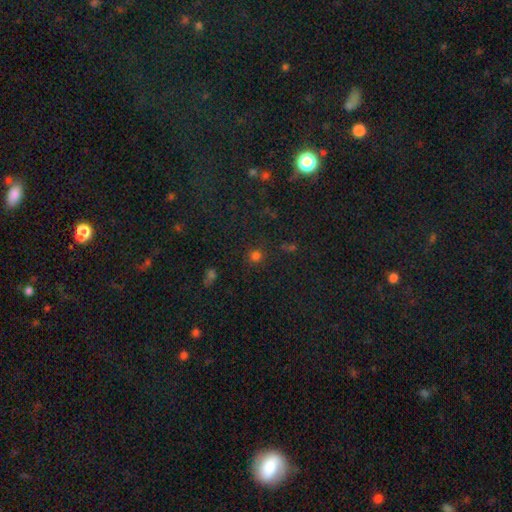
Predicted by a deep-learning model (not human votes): Smooth or featured?
  - smooth: 70% *
  - star or artifact: 25%
  - featured or disk: 5%
How rounded?
  - round: 91% *
  - in between: 8%
  - cigar-shaped: 1%
Merging?
  - none: 84% *
  - minor disturbance: 9%
  - major disturbance: 4%
  - merger: 3%